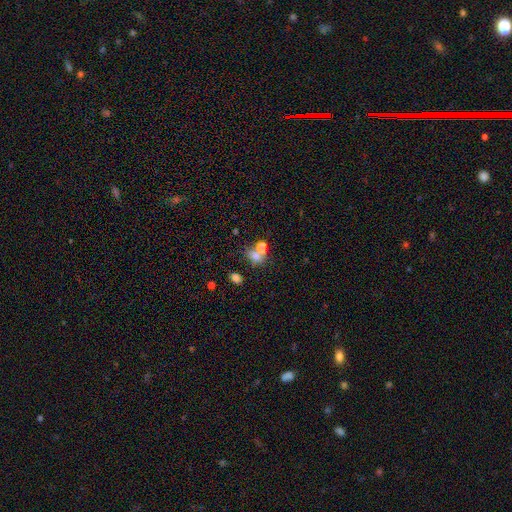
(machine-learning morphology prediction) A smooth galaxy with no disk features (70%) that is in between round and cigar-shaped (59%).

Vote fractions:
- Smooth or featured? smooth: 70% / star or artifact: 19% / featured or disk: 11%
- How rounded? in between: 59% / round: 40% / cigar-shaped: 2%
- Merging? none: 43% / merger: 38% / minor disturbance: 11% / major disturbance: 7%